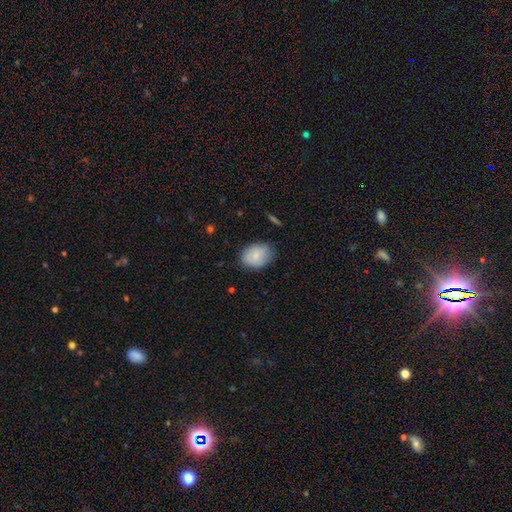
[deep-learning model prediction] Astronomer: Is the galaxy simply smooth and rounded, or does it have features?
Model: smooth — 82%.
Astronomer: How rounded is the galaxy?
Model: in between — 68%.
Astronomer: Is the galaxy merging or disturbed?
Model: none — 80%.